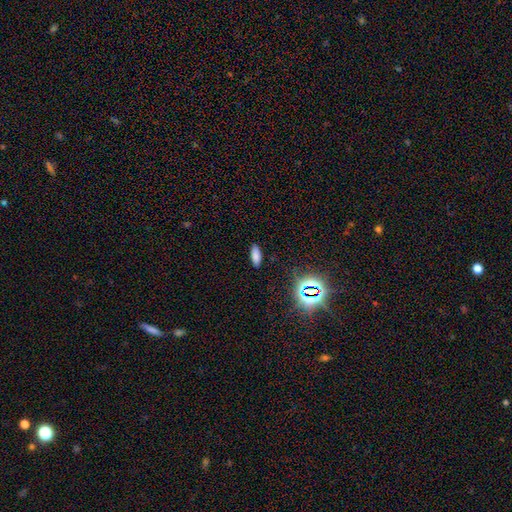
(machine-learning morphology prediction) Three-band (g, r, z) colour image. It shows a smooth galaxy with no disk features (77%) that is in between round and cigar-shaped (67%). Merging: none (89%).